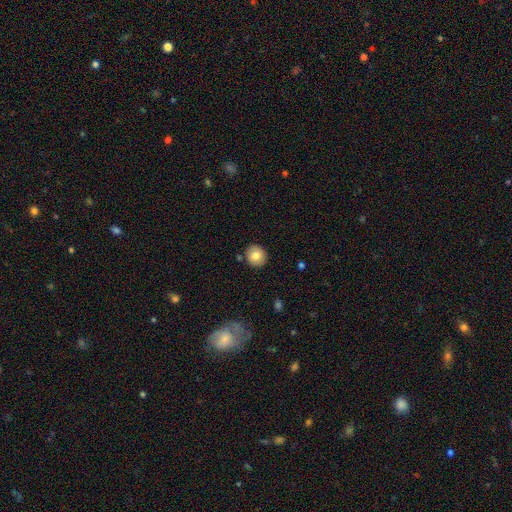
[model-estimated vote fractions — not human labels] Smooth or featured: smooth — 79% (featured or disk — 13%)
How rounded: round — 88% (in between — 11%)
Merging: none — 89% (minor disturbance — 7%)